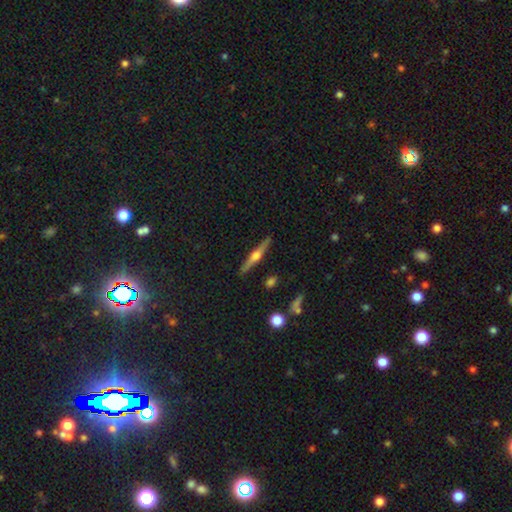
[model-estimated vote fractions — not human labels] Smooth or featured?
  - featured or disk: 72% *
  - smooth: 22%
  - star or artifact: 6%
Edge-on disk?
  - yes: 98% *
  - no: 2%
Edge-on bulge?
  - rounded: 93% *
  - boxy: 4%
  - none: 3%
Merging?
  - none: 90% *
  - minor disturbance: 7%
  - merger: 2%
  - major disturbance: 2%